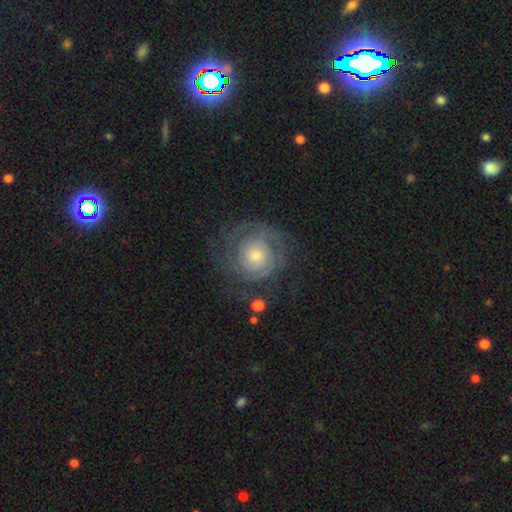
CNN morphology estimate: This appears to be a featured or disk galaxy (76%) with no bar (80%), tight (73%) spiral arms (91%) and a moderate central bulge (48%). Merging: none (70%).